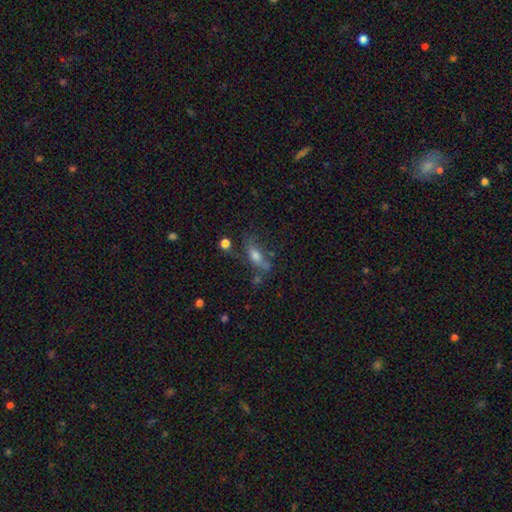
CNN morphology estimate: smooth_or_featured: smooth (p=0.51) [alt: featured or disk p=0.35]
how_rounded: in between (p=0.56) [alt: cigar-shaped p=0.38]
merging: none (p=0.49) [alt: minor disturbance p=0.23]